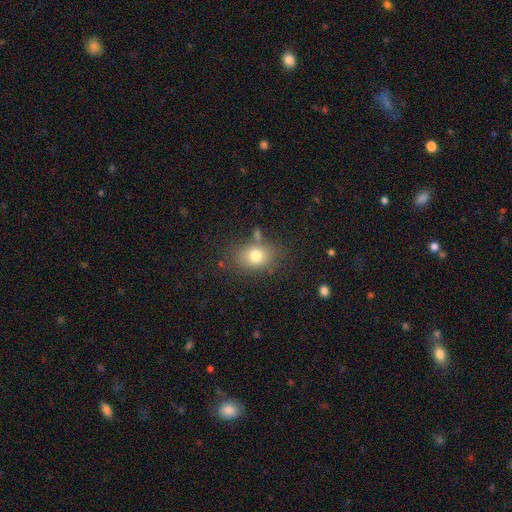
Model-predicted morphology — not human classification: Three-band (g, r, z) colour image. It shows a smooth galaxy with no disk features (76%) that is in between round and cigar-shaped (62%). Merging: none (72%).